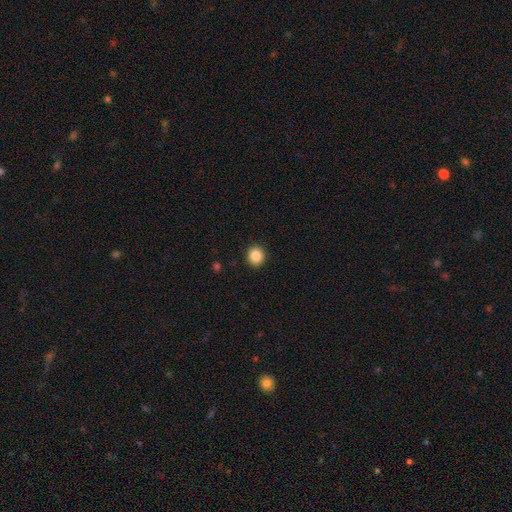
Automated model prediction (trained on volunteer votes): This is clearly a smooth galaxy (86%). How rounded: clearly round (89%). Merging: clearly none (92%).